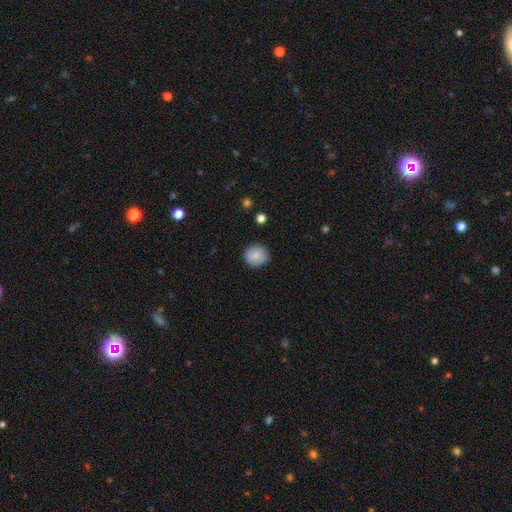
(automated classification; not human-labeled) Morphology: type=smooth (83%); roundness=round (89%); merging=none (85%).